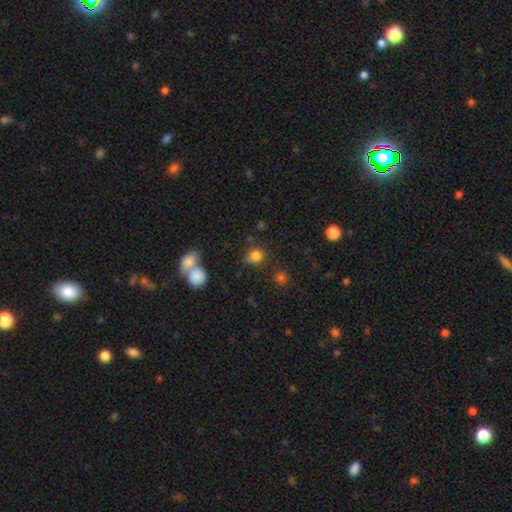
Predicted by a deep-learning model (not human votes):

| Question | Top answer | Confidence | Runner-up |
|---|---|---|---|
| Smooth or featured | smooth | 81% | star or artifact (12%) |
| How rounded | round | 66% | in between (33%) |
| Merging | none | 67% | minor disturbance (18%) |